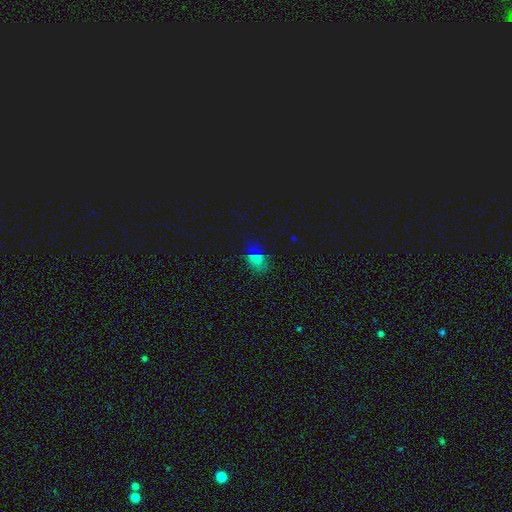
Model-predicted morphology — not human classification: Smooth or featured?
  - smooth: 62% *
  - star or artifact: 30%
  - featured or disk: 8%
How rounded?
  - in between: 70% *
  - round: 27%
  - cigar-shaped: 3%
Merging?
  - none: 79% *
  - minor disturbance: 15%
  - major disturbance: 5%
  - merger: 2%